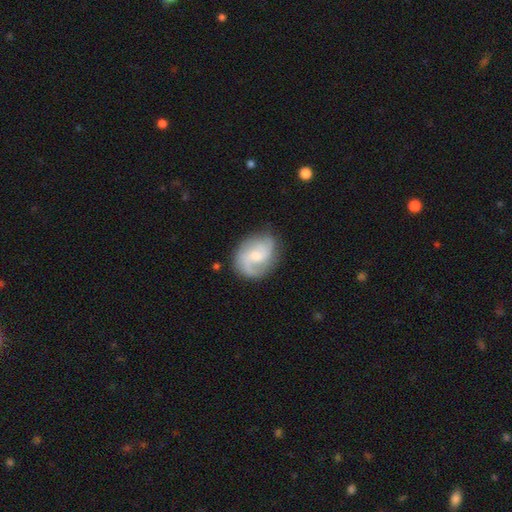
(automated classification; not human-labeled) Morphology: type=featured or disk (79%); edge-on=no (98%); bar=no (54%); spiral arms=yes (95%); winding=medium (49%); arm count=2 (65%); bulge=small (49%); merging=none (76%).